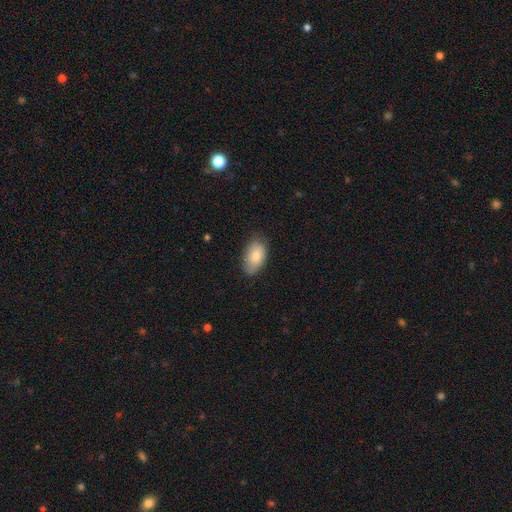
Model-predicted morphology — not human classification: Q: Smooth or featured?
A: smooth (80%); runner-up: featured or disk (13%)
Q: How rounded?
A: in between (92%); runner-up: round (6%)
Q: Merging?
A: none (76%); runner-up: minor disturbance (20%)